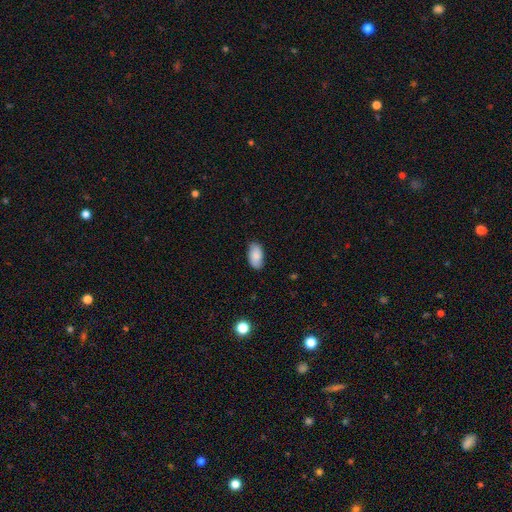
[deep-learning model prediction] A smooth galaxy with no disk features (85%) that is in between round and cigar-shaped (95%).

Vote fractions:
- Smooth or featured? smooth: 85% / featured or disk: 9% / star or artifact: 7%
- How rounded? in between: 95% / round: 3% / cigar-shaped: 2%
- Merging? none: 85% / minor disturbance: 12% / major disturbance: 2% / merger: 1%